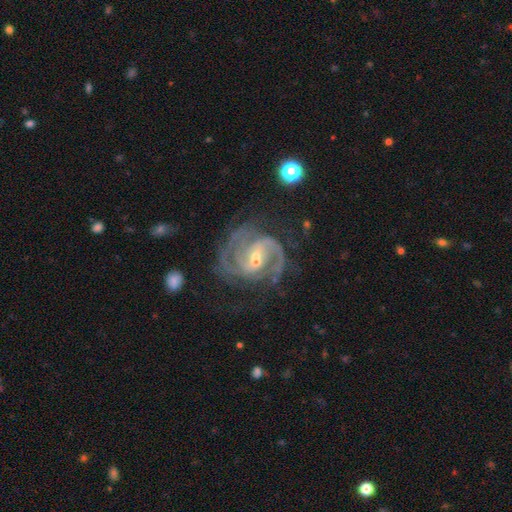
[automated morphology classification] smooth_or_featured: featured or disk (p=0.92) [alt: star or artifact p=0.05]
disk_edge_on: no (p=0.98) [alt: yes p=0.02]
bar: weak (p=0.51) [alt: strong p=0.34]
has_spiral_arms: yes (p=0.98) [alt: no p=0.02]
spiral_winding: medium (p=0.48) [alt: tight p=0.42]
spiral_arm_count: 2 (p=0.56) [alt: 3 p=0.21]
bulge_size: small (p=0.49) [alt: moderate p=0.46]
merging: none (p=0.67) [alt: minor disturbance p=0.18]